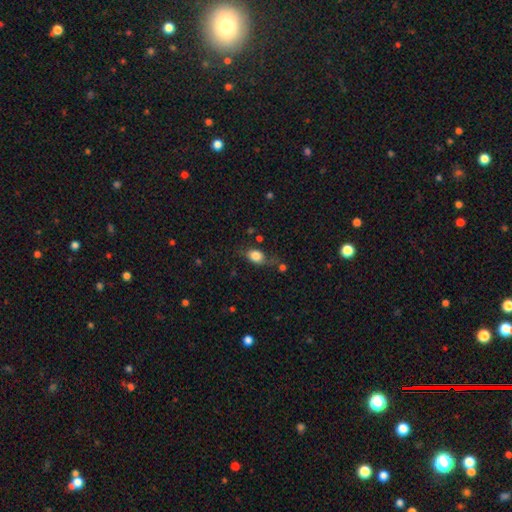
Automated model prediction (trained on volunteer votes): smooth_or_featured: smooth (p=0.80) [alt: featured or disk p=0.11]
how_rounded: in between (p=0.66) [alt: round p=0.31]
merging: none (p=0.55) [alt: minor disturbance p=0.27]